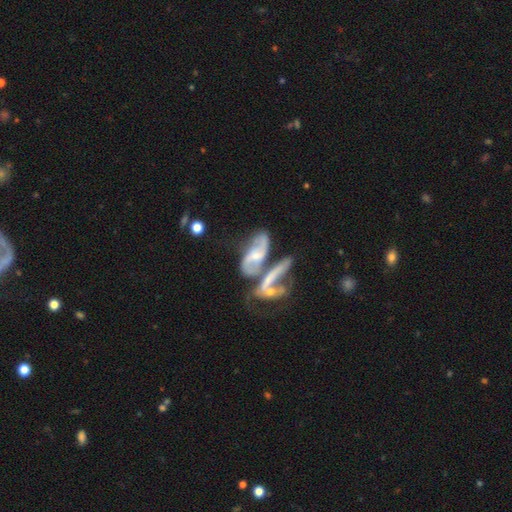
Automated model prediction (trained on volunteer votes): Smooth or featured?
  - featured or disk: 78% *
  - smooth: 14%
  - star or artifact: 8%
Edge-on disk?
  - no: 90% *
  - yes: 10%
Bar?
  - no: 52% *
  - weak: 33%
  - strong: 15%
Spiral arms?
  - yes: 88% *
  - no: 12%
Spiral winding?
  - loose: 46% *
  - medium: 37%
  - tight: 17%
Spiral arm count?
  - 2: 76% *
  - can't tell: 13%
  - 1: 4%
  - 3: 4%
  - 4: 2%
  - more than 4: 2%
Bulge size?
  - small: 54% *
  - moderate: 37%
  - none: 6%
  - large: 2%
  - dominant: 1%
Merging?
  - merger: 58% *
  - none: 19%
  - major disturbance: 12%
  - minor disturbance: 11%